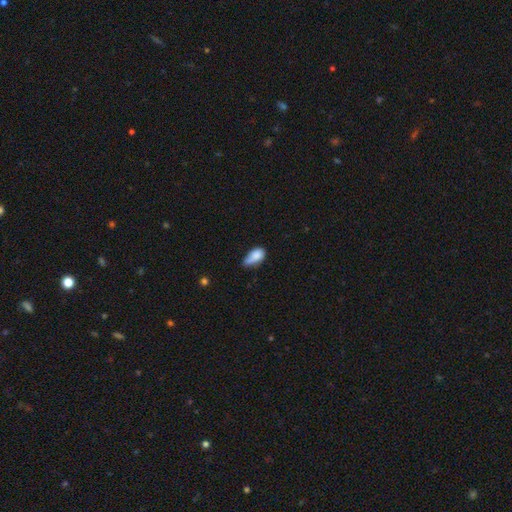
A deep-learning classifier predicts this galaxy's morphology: A smooth galaxy with no disk features (81%) that is in between round and cigar-shaped (89%). Merging: minor disturbance (46%).